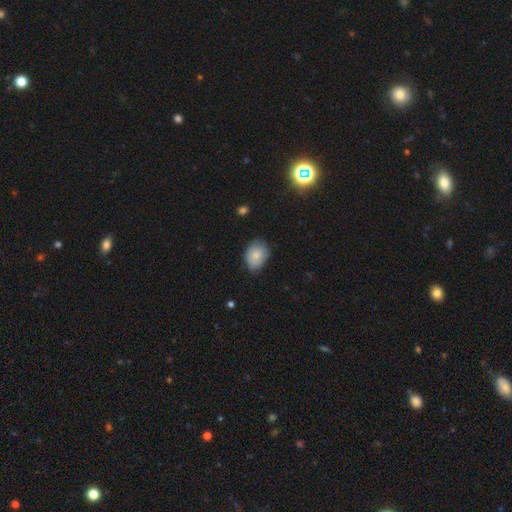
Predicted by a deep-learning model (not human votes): smooth-or-featured: smooth: 75% | featured or disk: 18% | star or artifact: 7%
  how-rounded: in between: 67% | round: 32% | cigar-shaped: 1%
  merging: none: 64% | minor disturbance: 29% | major disturbance: 5% | merger: 1%